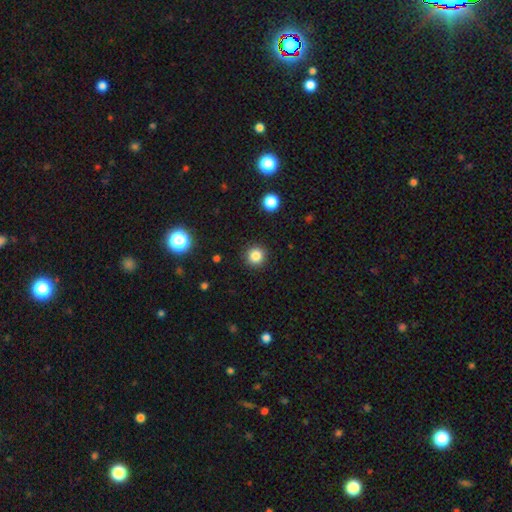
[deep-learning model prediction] This appears to be a smooth galaxy with no disk features (84%) that is round (95%). Merging: none (92%).